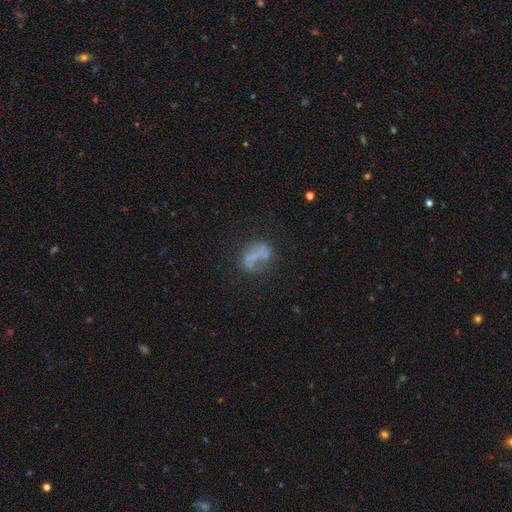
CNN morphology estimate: The model was most divided on "smooth or featured": smooth: 49%, featured or disk: 35%, star or artifact: 15%. Remaining: merging — none (42%).